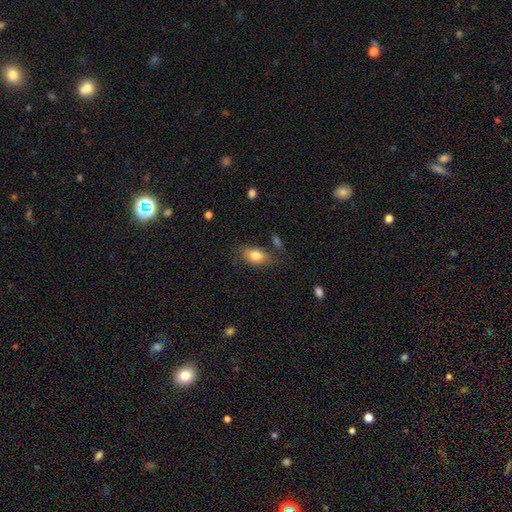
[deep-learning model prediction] Smooth or featured? smooth (79%)
How rounded? in between (89%)
Merging? none (70%)